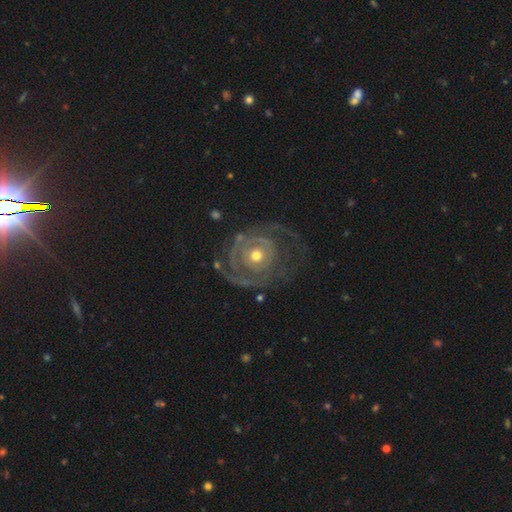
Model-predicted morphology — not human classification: Q: Smooth or featured?
A: featured or disk (82%); runner-up: smooth (13%)
Q: Edge-on disk?
A: no (97%); runner-up: yes (3%)
Q: Bar?
A: no (84%); runner-up: weak (12%)
Q: Spiral arms?
A: yes (80%); runner-up: no (20%)
Q: Spiral winding?
A: tight (60%); runner-up: medium (25%)
Q: Spiral arm count?
A: can't tell (31%); runner-up: 2 (29%)
Q: Bulge size?
A: moderate (60%); runner-up: small (34%)
Q: Merging?
A: none (54%); runner-up: major disturbance (26%)